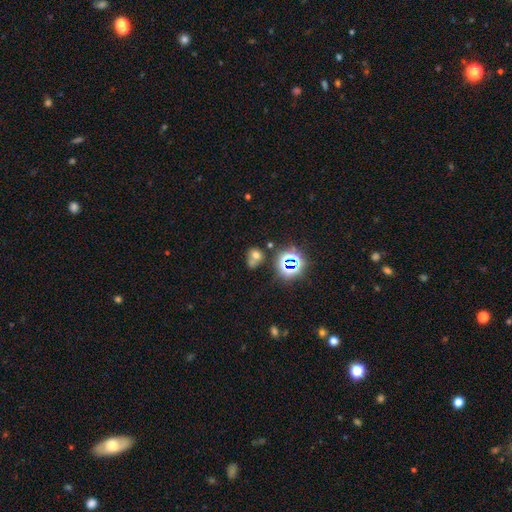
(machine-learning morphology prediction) type=smooth (58%); roundness=round (59%); merging=none (39%).